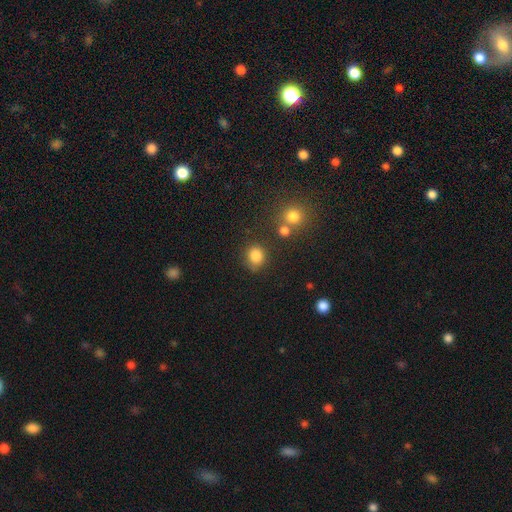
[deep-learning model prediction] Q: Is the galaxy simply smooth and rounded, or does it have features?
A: smooth — 84%.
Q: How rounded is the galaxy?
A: round — 75%.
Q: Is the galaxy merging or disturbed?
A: none — 71%.